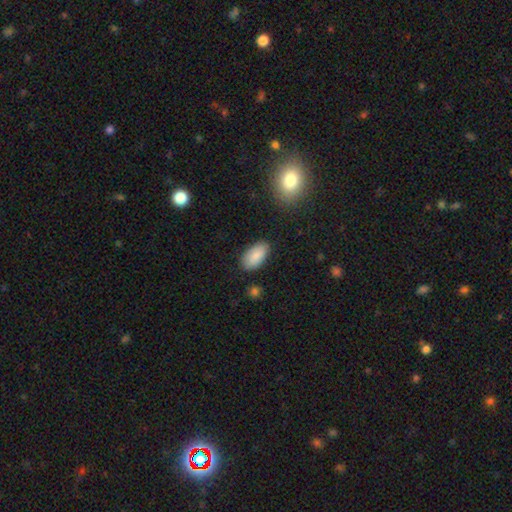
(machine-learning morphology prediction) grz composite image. It shows a smooth galaxy with no disk features (86%) that is in between round and cigar-shaped (94%). Merging: none (85%).